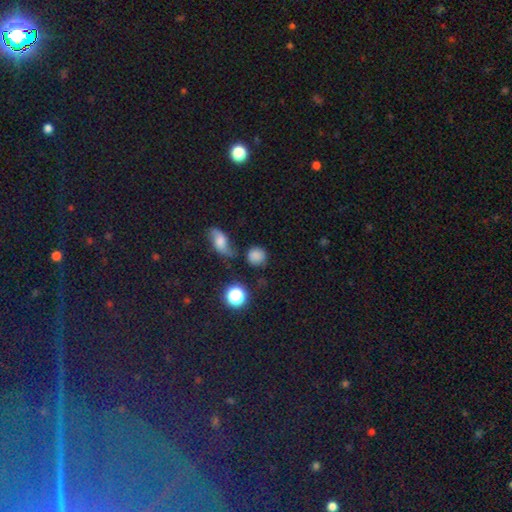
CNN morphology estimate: This is likely a smooth galaxy (75%). How rounded: clearly round (84%). Merging: likely none (67%).